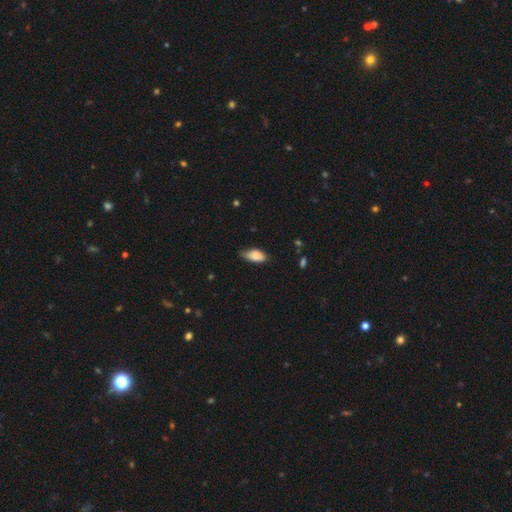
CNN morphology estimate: Q: Smooth or featured?
A: smooth (84%); runner-up: featured or disk (9%)
Q: How rounded?
A: in between (91%); runner-up: cigar-shaped (6%)
Q: Merging?
A: none (54%); runner-up: minor disturbance (38%)